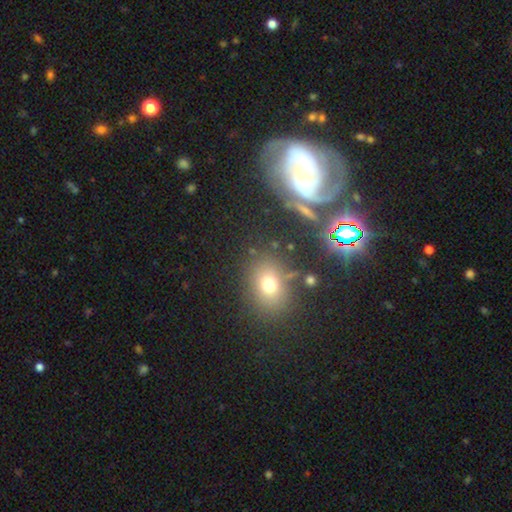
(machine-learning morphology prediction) featured or disk 41%, smooth 37%, star or artifact 21%. Down the decision tree: merging — none (76%).